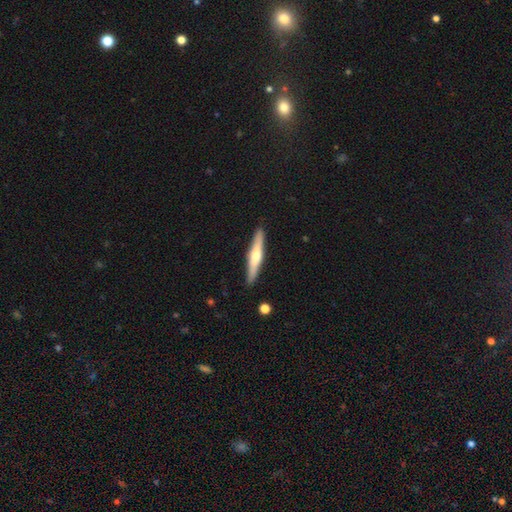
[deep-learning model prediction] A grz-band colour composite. It shows a featured or disk galaxy (55%) viewed edge-on (95%) with a rounded central bulge (84%). Merging: none (90%).